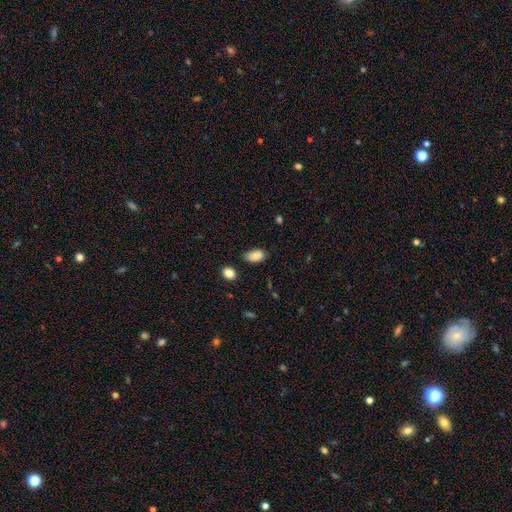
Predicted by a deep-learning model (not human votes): Smooth or featured? Predicted: smooth (p=0.85). How rounded? Predicted: in between (p=0.92). Merging? Predicted: none (p=0.66).